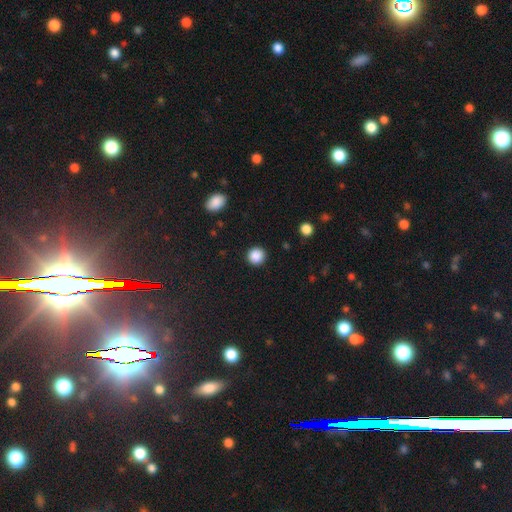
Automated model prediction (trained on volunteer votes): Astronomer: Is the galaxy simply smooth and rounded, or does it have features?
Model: smooth — 88%.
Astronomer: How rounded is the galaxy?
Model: round — 92%.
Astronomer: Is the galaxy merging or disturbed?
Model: none — 91%.